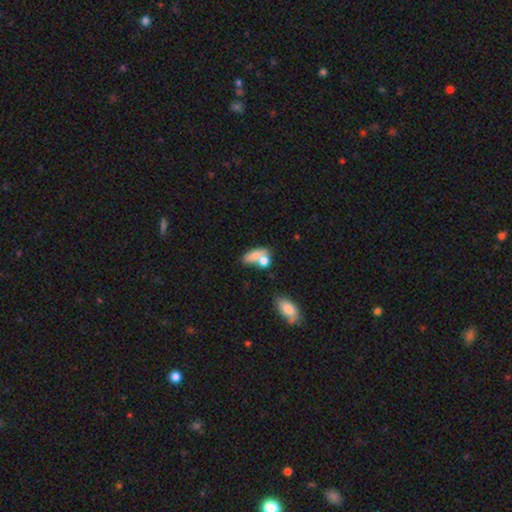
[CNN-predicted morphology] A smooth galaxy with no disk features (73%) that is in between round and cigar-shaped (76%). Merging: merger (44%).